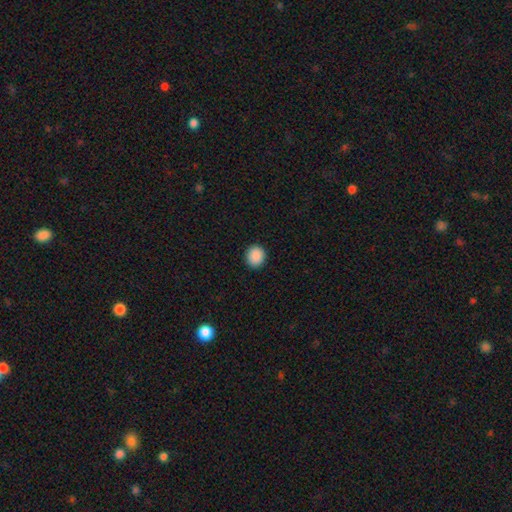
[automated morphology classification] smooth 89%, star or artifact 8%, featured or disk 2%. Down the decision tree: how rounded — round (82%); merging — none (91%).